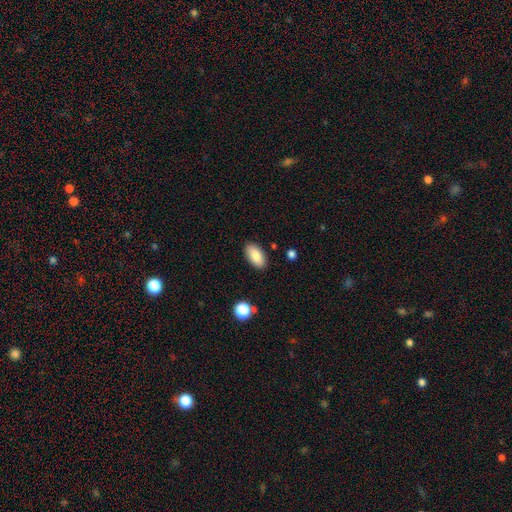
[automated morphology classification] smooth-or-featured: smooth: 85% | featured or disk: 8% | star or artifact: 7%
  how-rounded: in between: 93% | cigar-shaped: 4% | round: 3%
  merging: none: 87% | minor disturbance: 9% | major disturbance: 2% | merger: 2%